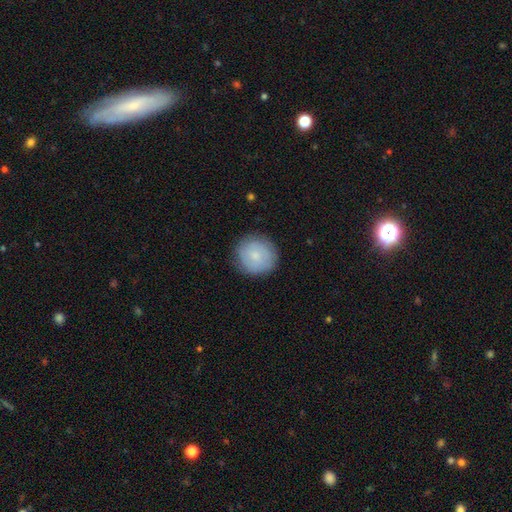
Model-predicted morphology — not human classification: smooth_or_featured: smooth (p=0.68) [alt: featured or disk p=0.25]
how_rounded: round (p=0.90) [alt: in between p=0.09]
merging: none (p=0.85) [alt: minor disturbance p=0.11]